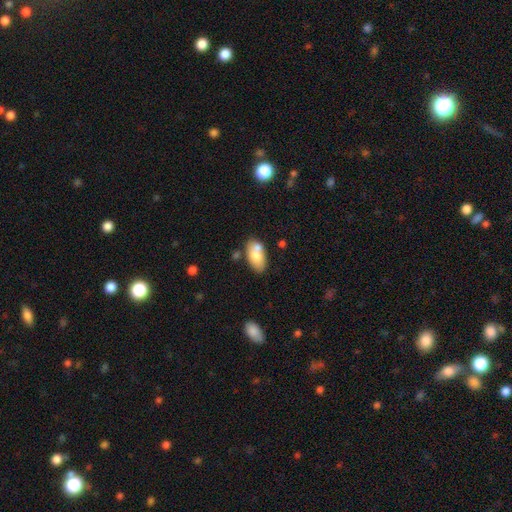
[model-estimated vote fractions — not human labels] A smooth galaxy with no disk features (73%) that is in between round and cigar-shaped (92%). Merging: none (58%).